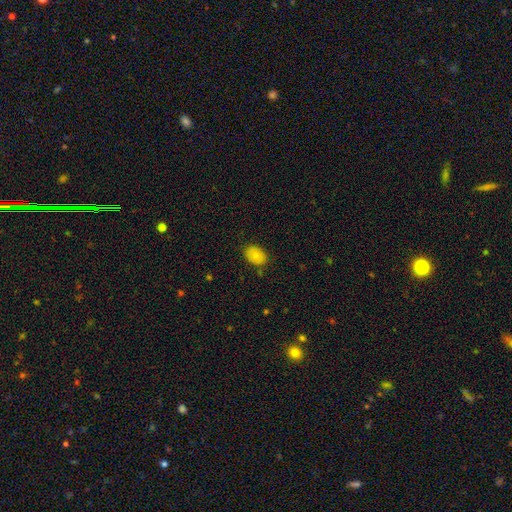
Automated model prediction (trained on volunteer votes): This appears to be a smooth galaxy with no disk features (76%) that is in between round and cigar-shaped (77%). Merging: none (83%).